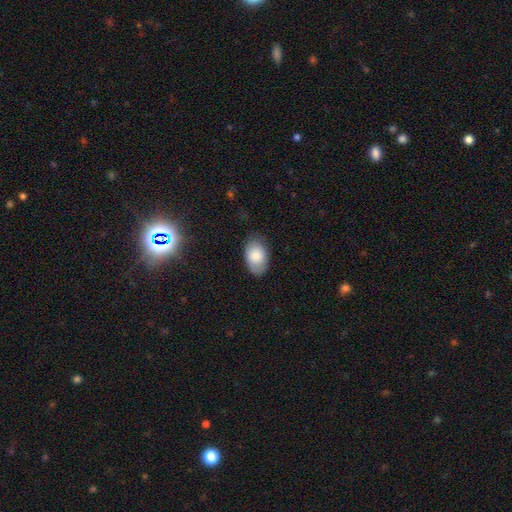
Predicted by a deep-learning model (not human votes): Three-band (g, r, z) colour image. It shows a smooth galaxy with no disk features (83%) that is in between round and cigar-shaped (90%). Merging: none (76%).